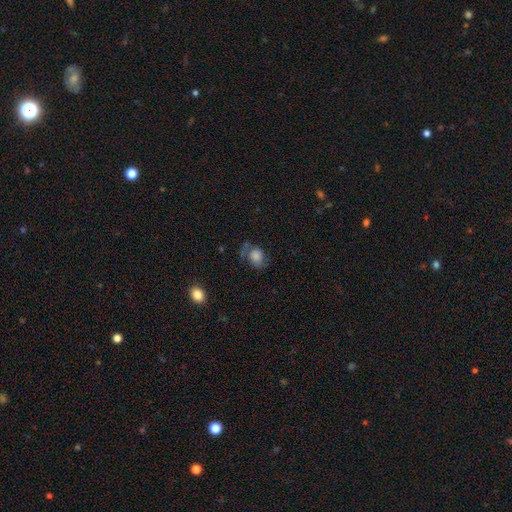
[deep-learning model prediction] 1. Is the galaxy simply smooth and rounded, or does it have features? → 50% smooth, 38% featured or disk, 12% star or artifact.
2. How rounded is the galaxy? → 53% round, 45% in between, 1% cigar-shaped.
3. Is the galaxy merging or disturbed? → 55% none, 24% minor disturbance, 17% major disturbance, 4% merger.